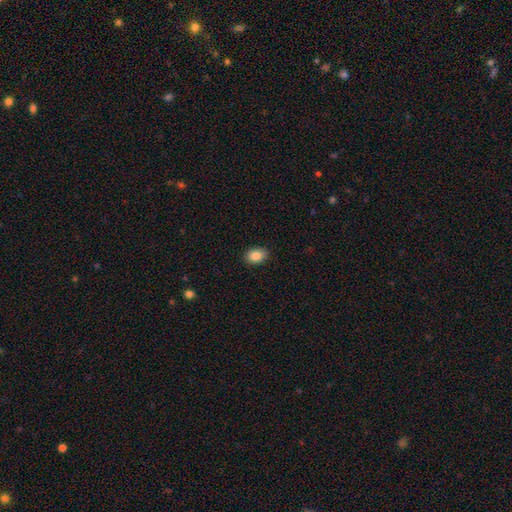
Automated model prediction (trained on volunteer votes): Overall: smooth (87%). How rounded: in between (78%). Merging: none (88%).